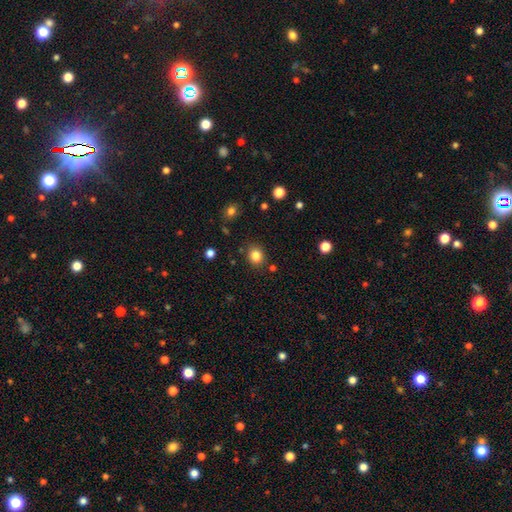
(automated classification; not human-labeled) smooth-or-featured: smooth: 83% | star or artifact: 12% | featured or disk: 5%
  how-rounded: round: 73% | in between: 26% | cigar-shaped: 1%
  merging: none: 85% | minor disturbance: 10% | merger: 3% | major disturbance: 3%